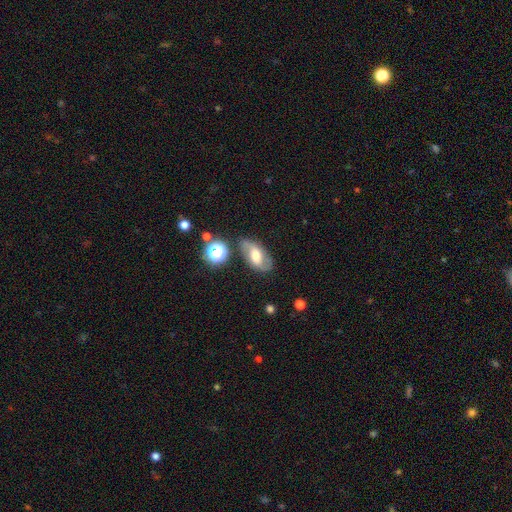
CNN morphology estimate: Smooth or featured? featured or disk (61%)
Edge-on disk? no (93%)
Bar? weak (44%)
Spiral arms? yes (83%)
Bulge size? moderate (50%)
Merging? none (73%)